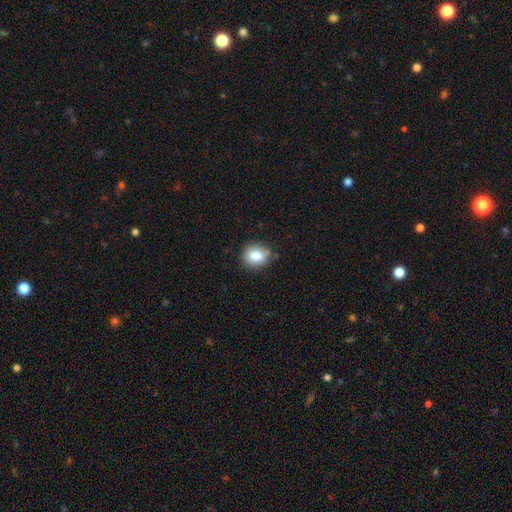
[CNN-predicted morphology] type=smooth (84%); roundness=round (60%); merging=none (74%).